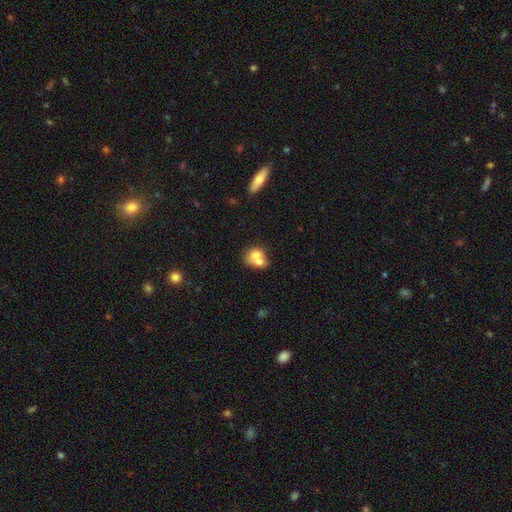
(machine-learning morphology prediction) A smooth galaxy with no disk features (66%) that is round (62%).

Vote fractions:
- Smooth or featured? smooth: 66% / featured or disk: 25% / star or artifact: 9%
- How rounded? round: 62% / in between: 37% / cigar-shaped: 1%
- Merging? merger: 66% / none: 23% / minor disturbance: 7% / major disturbance: 3%